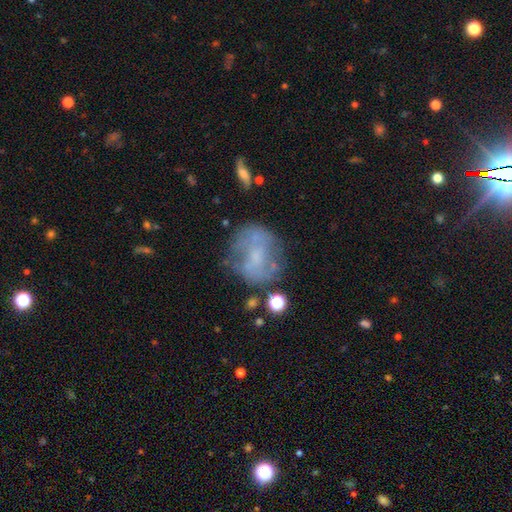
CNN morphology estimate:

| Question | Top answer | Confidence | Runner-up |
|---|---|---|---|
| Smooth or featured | featured or disk | 53% | smooth (33%) |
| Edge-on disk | no | 96% | yes (4%) |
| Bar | no | 61% | weak (31%) |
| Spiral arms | no | 51% | yes (49%) |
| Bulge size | small | 45% | none (30%) |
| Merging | none | 57% | minor disturbance (22%) |